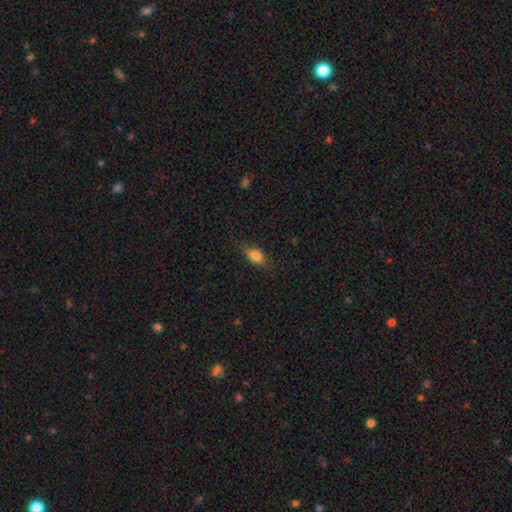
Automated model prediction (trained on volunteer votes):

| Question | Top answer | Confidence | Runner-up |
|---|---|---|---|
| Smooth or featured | smooth | 79% | featured or disk (12%) |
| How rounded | in between | 79% | round (11%) |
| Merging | none | 80% | minor disturbance (15%) |